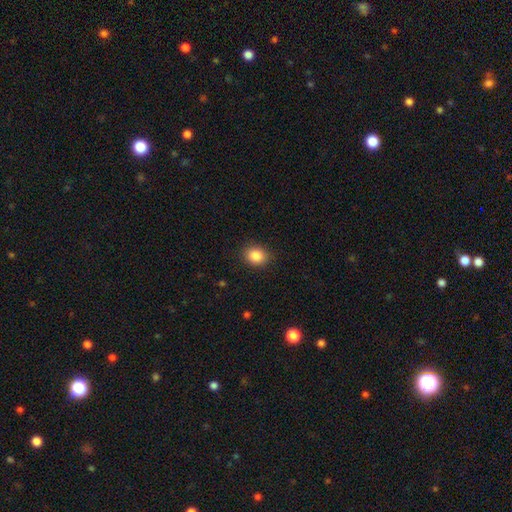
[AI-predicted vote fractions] Smooth or featured? Predicted: smooth (p=0.87). How rounded? Predicted: round (p=0.62). Merging? Predicted: none (p=0.89).